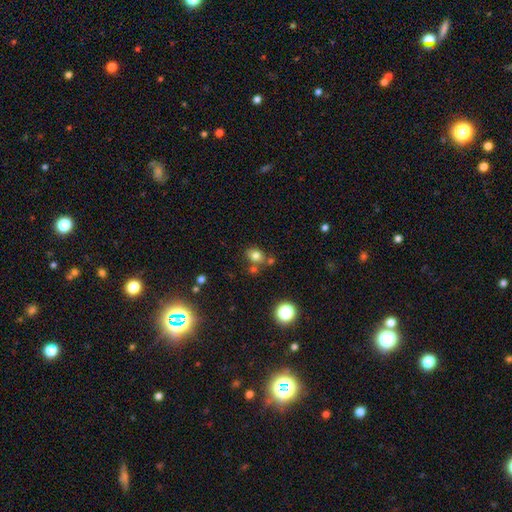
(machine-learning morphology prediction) smooth 77%, star or artifact 14%, featured or disk 10%. Down the decision tree: how rounded — in between (60%); merging — none (65%).